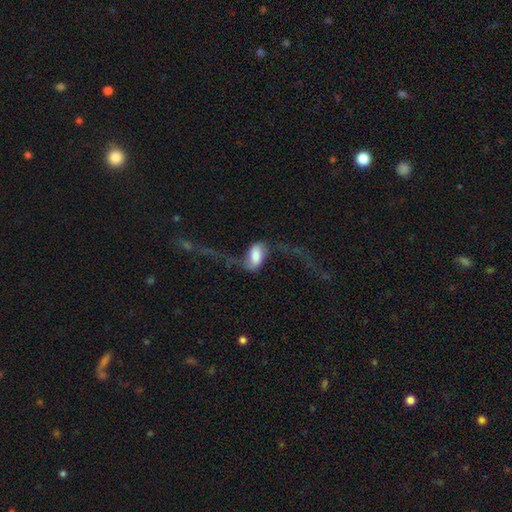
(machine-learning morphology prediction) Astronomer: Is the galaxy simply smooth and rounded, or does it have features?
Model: featured or disk — 52% (runner-up: smooth, 40%).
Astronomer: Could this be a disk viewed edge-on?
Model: no — 91%.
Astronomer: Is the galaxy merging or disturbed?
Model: major disturbance — 43% (runner-up: none, 35%).